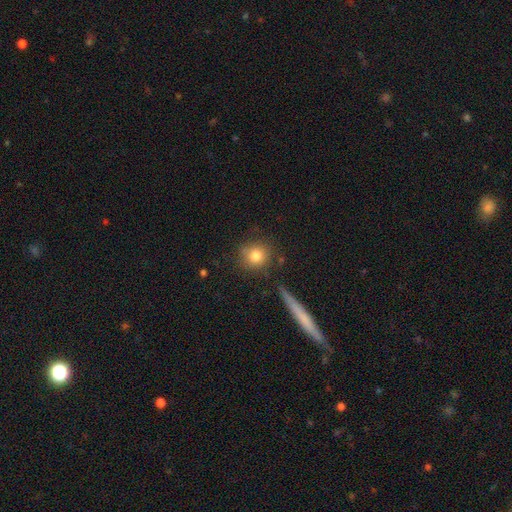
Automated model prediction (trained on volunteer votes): A smooth galaxy with no disk features (81%) that is round (88%). Merging: none (79%).